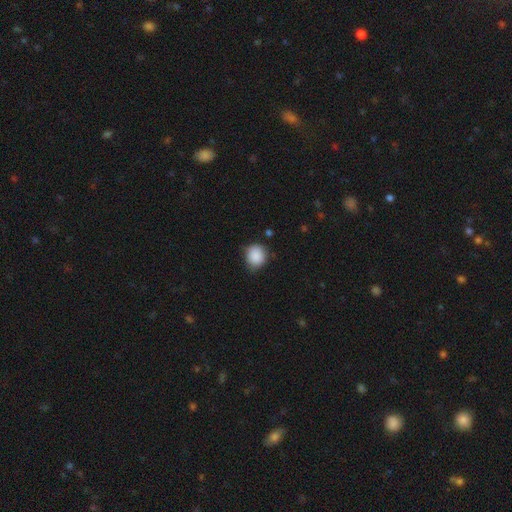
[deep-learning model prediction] Smooth or featured?
  - smooth: 88% *
  - star or artifact: 8%
  - featured or disk: 4%
How rounded?
  - round: 80% *
  - in between: 19%
  - cigar-shaped: 1%
Merging?
  - none: 73% *
  - minor disturbance: 22%
  - major disturbance: 4%
  - merger: 2%